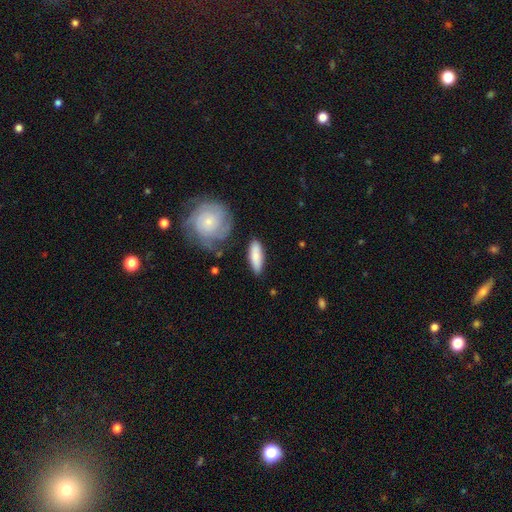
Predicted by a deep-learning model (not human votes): Smooth or featured: smooth — 81% (featured or disk — 14%)
How rounded: in between — 57% (cigar-shaped — 41%)
Merging: none — 80% (minor disturbance — 13%)